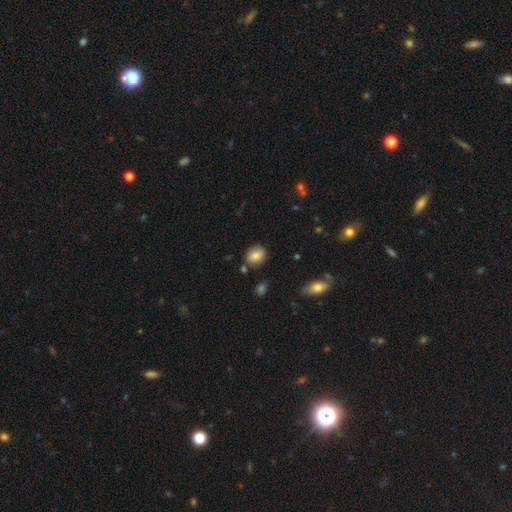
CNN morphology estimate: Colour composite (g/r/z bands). It shows a smooth galaxy with no disk features (82%) that is round (58%). Merging: none (81%).